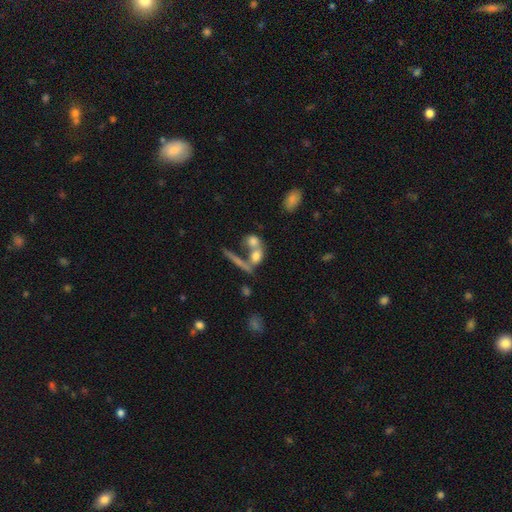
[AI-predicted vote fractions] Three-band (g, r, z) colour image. It shows a smooth galaxy with no disk features (63%) that is in between round and cigar-shaped (52%). Merging: merger (49%).